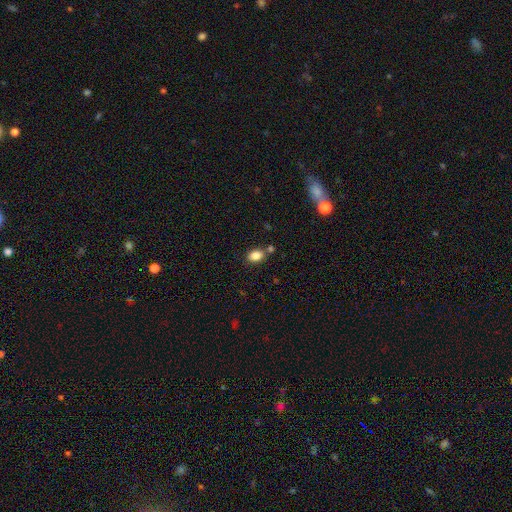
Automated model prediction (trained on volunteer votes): This is clearly a smooth galaxy (85%). How rounded: likely in between (80%). Merging: likely none (73%).